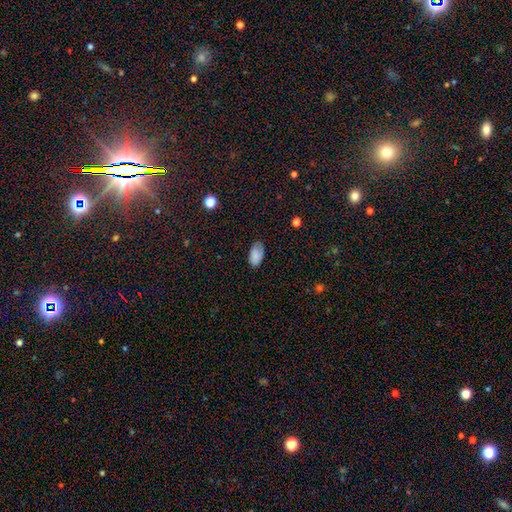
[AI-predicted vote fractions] A smooth galaxy with no disk features (84%) that is in between round and cigar-shaped (95%).

Vote fractions:
- Smooth or featured? smooth: 84% / star or artifact: 9% / featured or disk: 8%
- How rounded? in between: 95% / round: 4% / cigar-shaped: 2%
- Merging? none: 76% / minor disturbance: 19% / major disturbance: 4% / merger: 1%